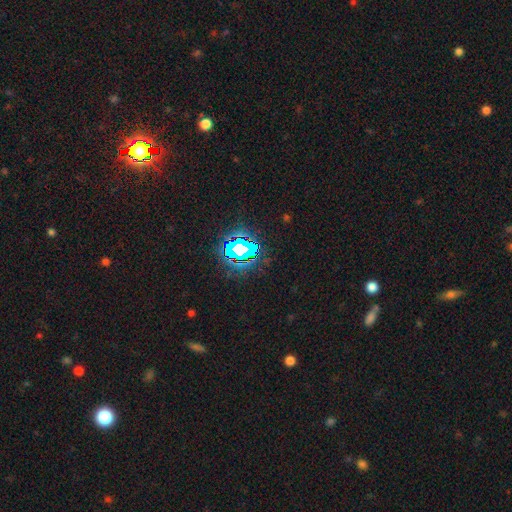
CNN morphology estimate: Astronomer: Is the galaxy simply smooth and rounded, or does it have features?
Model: star or artifact — 79%.